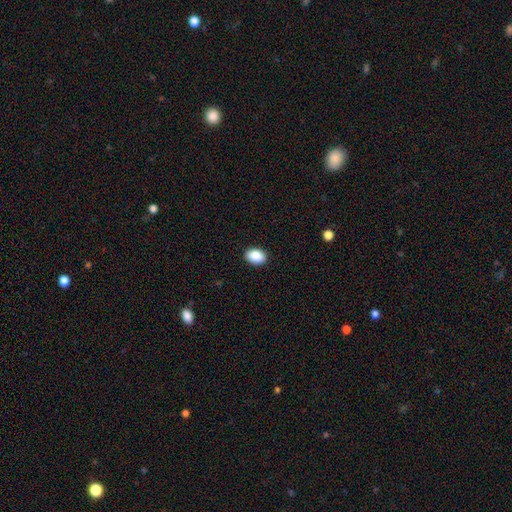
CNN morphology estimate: type=smooth (89%); roundness=in between (82%); merging=none (90%).